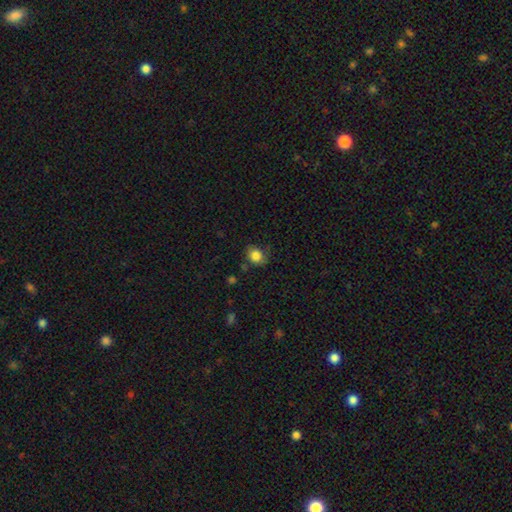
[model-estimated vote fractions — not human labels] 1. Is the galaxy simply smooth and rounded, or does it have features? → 84% smooth, 9% star or artifact, 7% featured or disk.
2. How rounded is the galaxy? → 53% round, 46% in between, 1% cigar-shaped.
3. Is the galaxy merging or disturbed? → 67% none, 24% minor disturbance, 6% major disturbance, 2% merger.